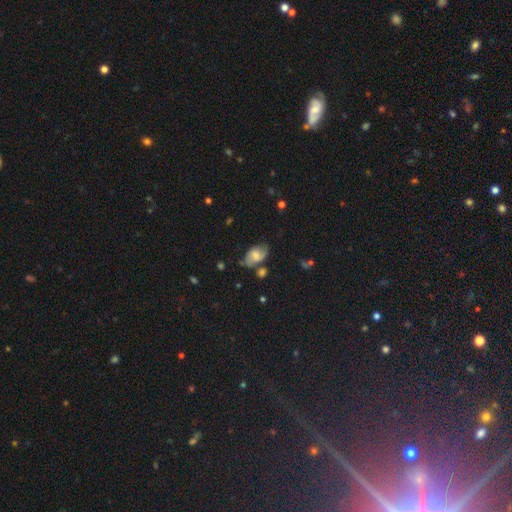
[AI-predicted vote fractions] The model was most divided on "smooth or featured": smooth: 54%, featured or disk: 35%, star or artifact: 10%. More confident: how rounded — in between (87%); merging — none (52%).